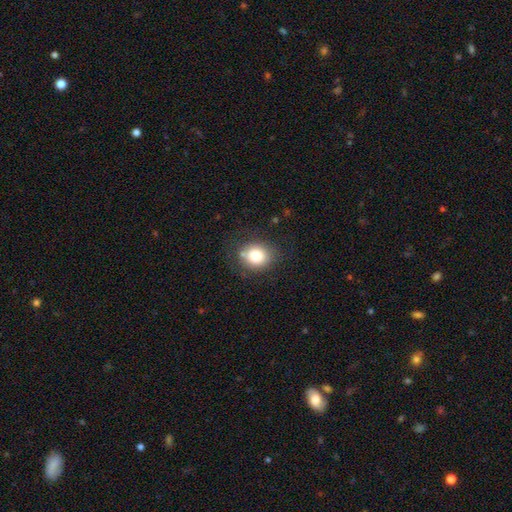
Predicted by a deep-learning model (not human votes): Morphology: type=smooth (81%); roundness=round (69%); merging=none (77%).